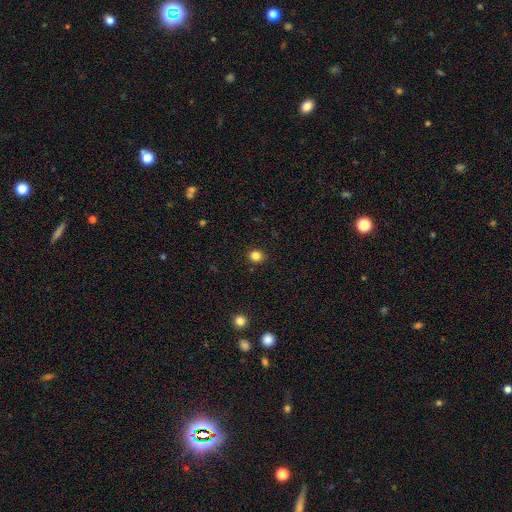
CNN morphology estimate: smooth-or-featured: smooth: 84% | star or artifact: 12% | featured or disk: 4%
  how-rounded: round: 81% | in between: 18% | cigar-shaped: 1%
  merging: none: 91% | minor disturbance: 6% | major disturbance: 2% | merger: 1%